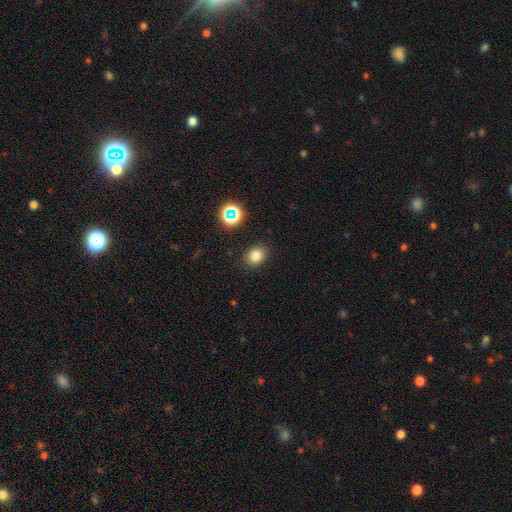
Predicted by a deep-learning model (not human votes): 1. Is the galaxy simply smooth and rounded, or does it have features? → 78% smooth, 15% star or artifact, 7% featured or disk.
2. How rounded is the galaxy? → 50% round, 49% in between, 1% cigar-shaped.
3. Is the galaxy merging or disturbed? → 87% none, 9% minor disturbance, 3% major disturbance, 2% merger.